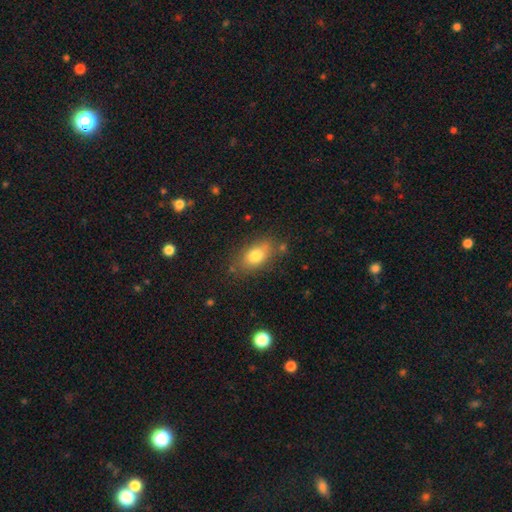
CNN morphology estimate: A smooth galaxy with no disk features (78%) that is in between round and cigar-shaped (85%). Merging: none (74%).